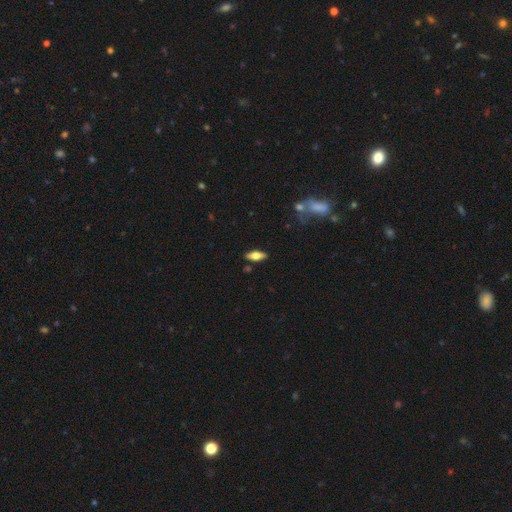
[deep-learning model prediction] Smooth or featured? smooth (57%)
How rounded? in between (74%)
Merging? none (87%)